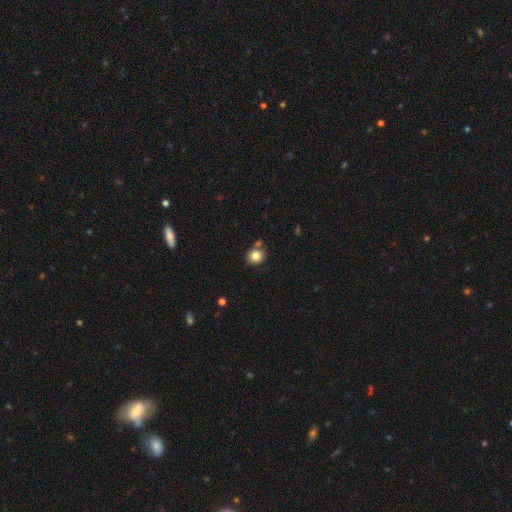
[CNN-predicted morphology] This is clearly a smooth galaxy (82%). How rounded: clearly round (85%). Merging: likely none (75%).